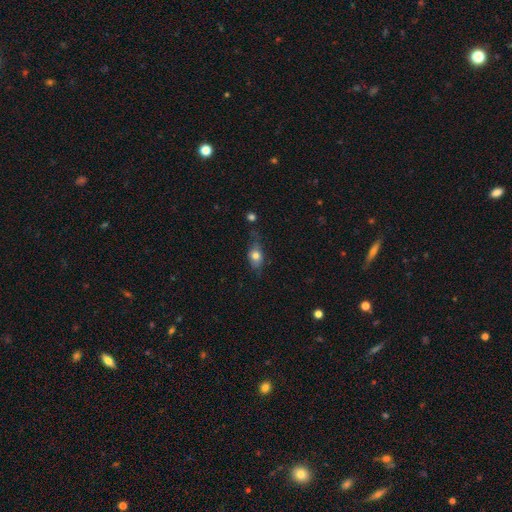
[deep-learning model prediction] smooth-or-featured: smooth: 73% | featured or disk: 18% | star or artifact: 9%
  how-rounded: in between: 71% | round: 23% | cigar-shaped: 7%
  merging: none: 50% | minor disturbance: 30% | major disturbance: 13% | merger: 7%